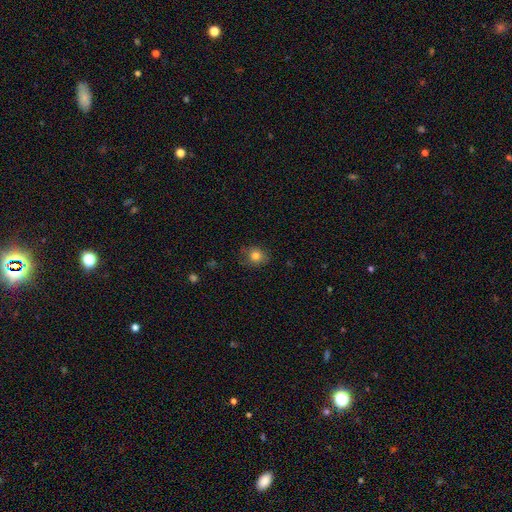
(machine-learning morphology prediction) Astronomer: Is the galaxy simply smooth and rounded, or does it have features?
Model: smooth — 81%.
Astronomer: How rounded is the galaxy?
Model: round — 75%.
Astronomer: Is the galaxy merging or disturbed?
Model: none — 79%.